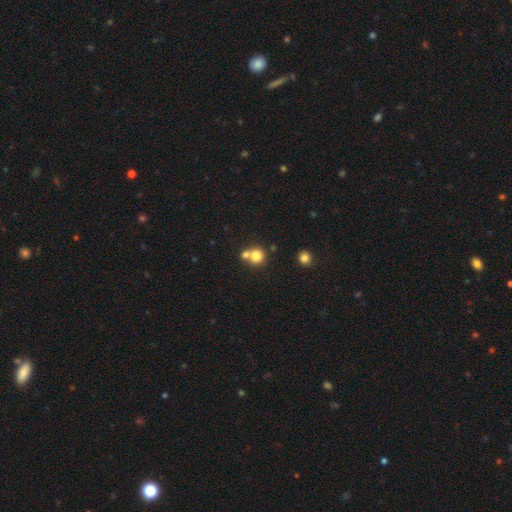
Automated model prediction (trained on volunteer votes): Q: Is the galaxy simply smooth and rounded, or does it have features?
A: smooth — 79%.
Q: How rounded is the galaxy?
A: round — 88%.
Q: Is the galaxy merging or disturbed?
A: none — 50%.